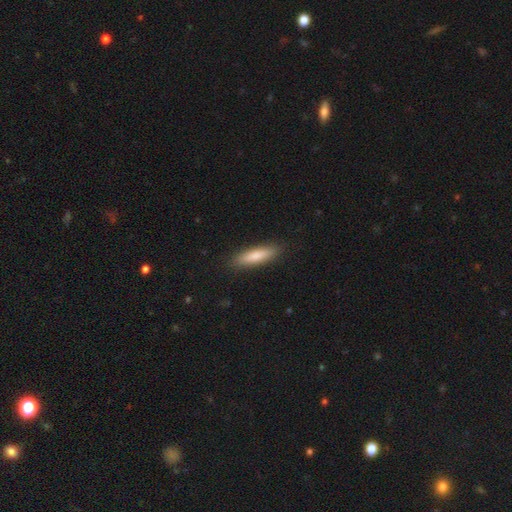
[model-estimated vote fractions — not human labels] A smooth galaxy with no disk features (79%) that is cigar-shaped (77%).

Vote fractions:
- Smooth or featured? smooth: 79% / featured or disk: 16% / star or artifact: 6%
- How rounded? cigar-shaped: 77% / in between: 22% / round: 1%
- Merging? none: 89% / minor disturbance: 8% / major disturbance: 2% / merger: 1%